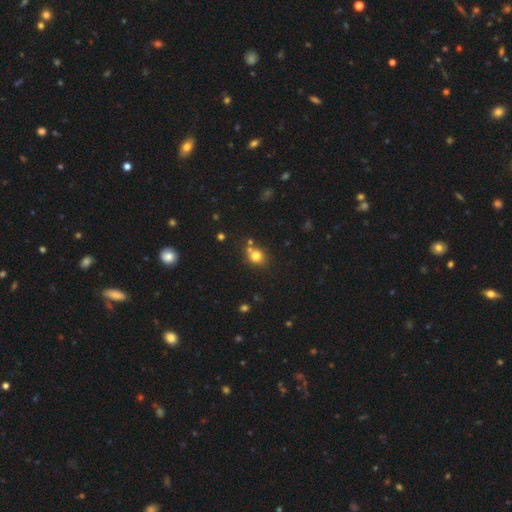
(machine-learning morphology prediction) smooth-or-featured: smooth: 77% | star or artifact: 14% | featured or disk: 9%
  how-rounded: round: 75% | in between: 24% | cigar-shaped: 1%
  merging: none: 65% | merger: 20% | minor disturbance: 12% | major disturbance: 4%